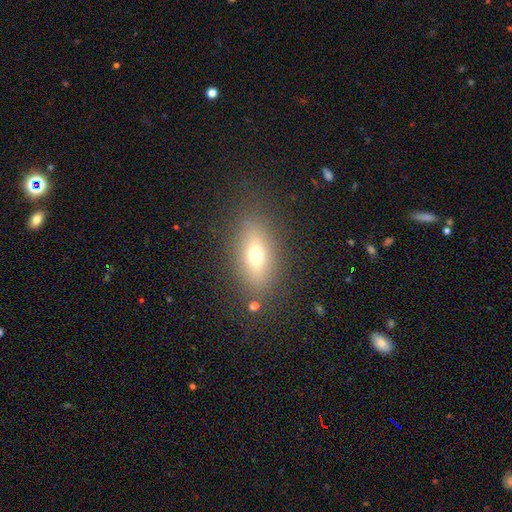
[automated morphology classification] Q: Smooth or featured?
A: smooth (64%); runner-up: featured or disk (23%)
Q: How rounded?
A: in between (75%); runner-up: cigar-shaped (16%)
Q: Merging?
A: none (81%); runner-up: minor disturbance (11%)